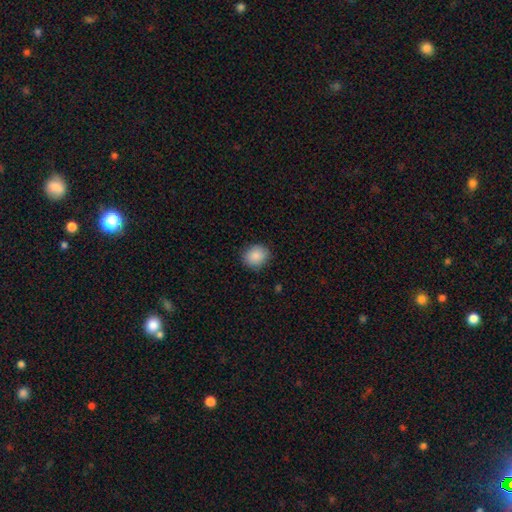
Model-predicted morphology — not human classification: Overall: smooth (88%). How rounded: round (76%). Merging: none (87%).